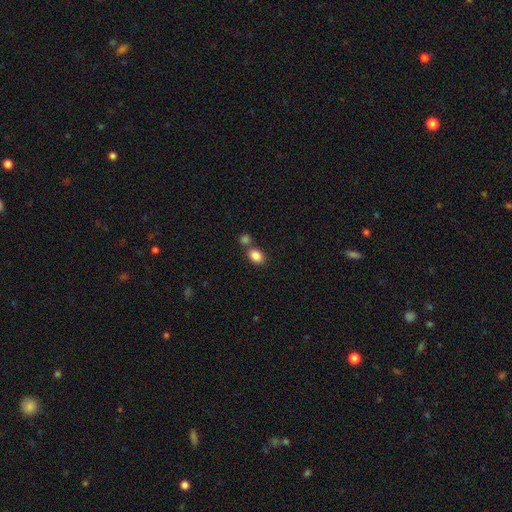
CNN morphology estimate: type=smooth (86%); roundness=in between (76%); merging=none (56%).